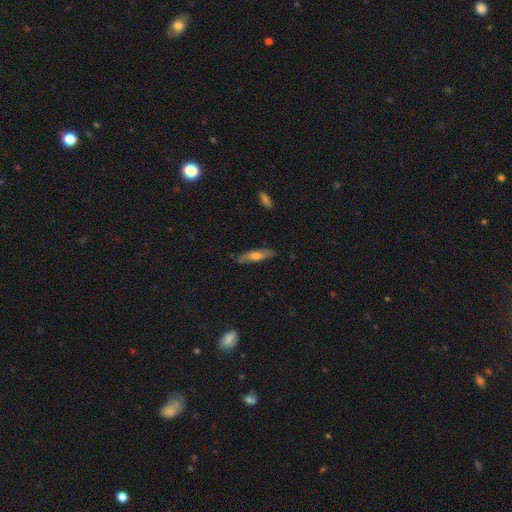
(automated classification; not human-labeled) A smooth galaxy with no disk features (59%) that is cigar-shaped (76%).

Vote fractions:
- Smooth or featured? smooth: 59% / featured or disk: 34% / star or artifact: 7%
- How rounded? cigar-shaped: 76% / in between: 22% / round: 2%
- Merging? none: 84% / minor disturbance: 12% / major disturbance: 2% / merger: 1%